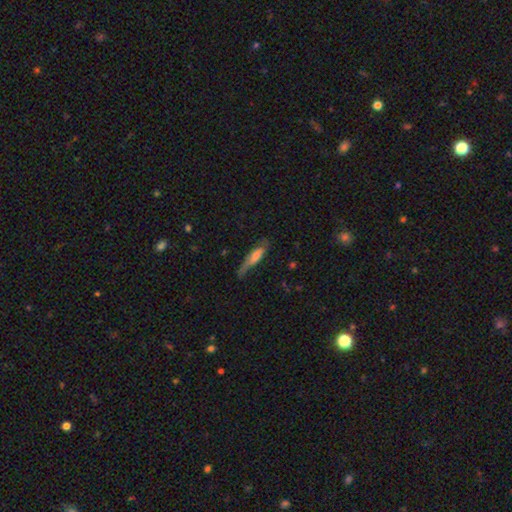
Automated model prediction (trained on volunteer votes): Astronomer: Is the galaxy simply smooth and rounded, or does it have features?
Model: smooth — 60%.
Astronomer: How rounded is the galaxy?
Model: cigar-shaped — 70%.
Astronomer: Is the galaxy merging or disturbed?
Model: none — 48% (runner-up: minor disturbance, 32%).